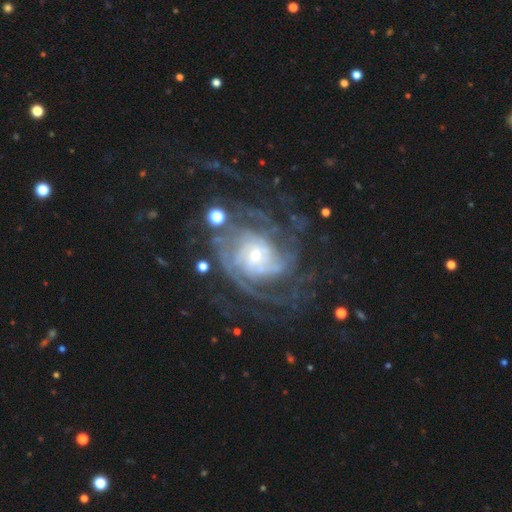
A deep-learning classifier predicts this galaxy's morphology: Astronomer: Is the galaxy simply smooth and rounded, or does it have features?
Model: featured or disk — 89%.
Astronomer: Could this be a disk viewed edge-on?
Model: no — 97%.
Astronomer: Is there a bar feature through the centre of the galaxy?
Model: no — 58%.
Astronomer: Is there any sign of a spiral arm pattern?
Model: yes — 97%.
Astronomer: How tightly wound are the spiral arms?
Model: tight — 57% (runner-up: medium, 33%).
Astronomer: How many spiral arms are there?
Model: can't tell — 25% (runner-up: 4, 22%).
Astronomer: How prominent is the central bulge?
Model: small — 59%.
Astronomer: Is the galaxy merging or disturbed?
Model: none — 60%.